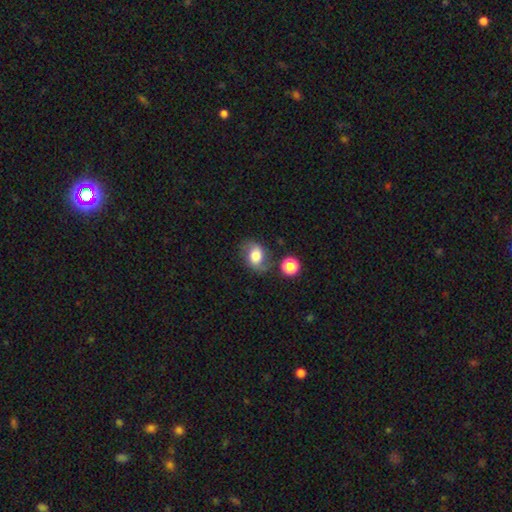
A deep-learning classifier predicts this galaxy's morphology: Overall: smooth (55%; featured or disk 34%). How rounded: in between (64%; round 35%). Merging: none (65%).